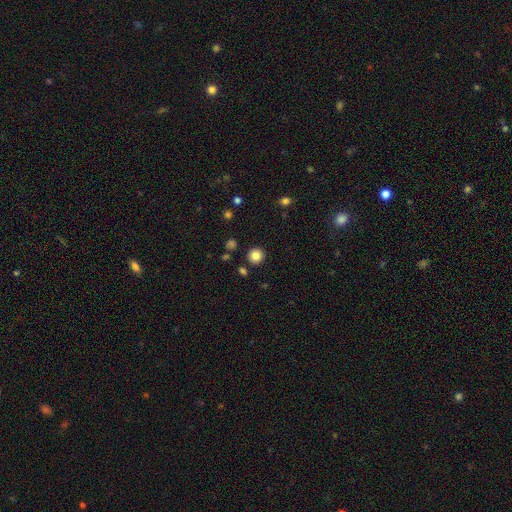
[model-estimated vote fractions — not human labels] Smooth or featured: smooth — 84% (star or artifact — 11%)
How rounded: round — 94% (in between — 5%)
Merging: none — 90% (minor disturbance — 5%)